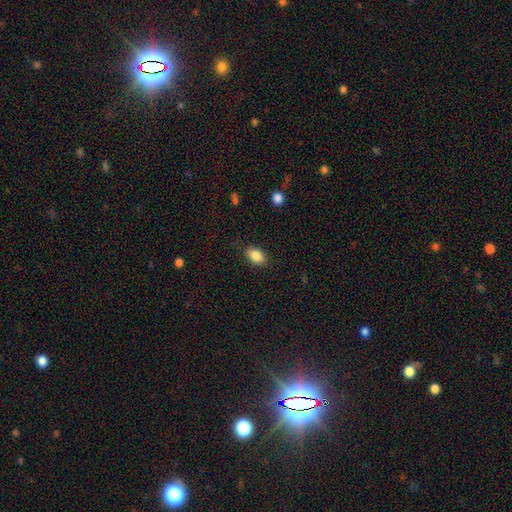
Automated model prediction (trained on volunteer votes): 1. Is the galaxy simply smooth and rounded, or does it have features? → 87% smooth, 8% star or artifact, 5% featured or disk.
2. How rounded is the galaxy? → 89% in between, 9% round, 2% cigar-shaped.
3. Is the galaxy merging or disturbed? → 86% none, 11% minor disturbance, 3% major disturbance, 1% merger.